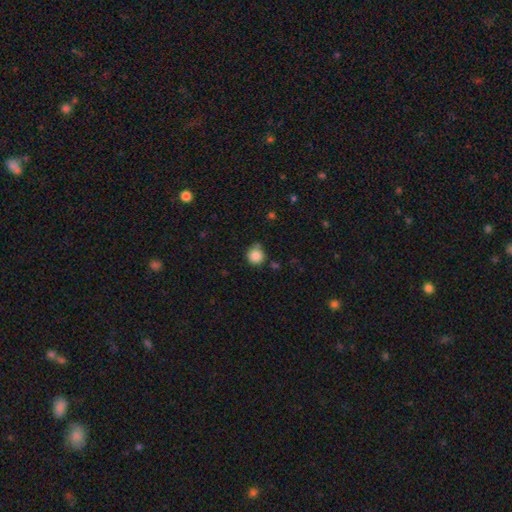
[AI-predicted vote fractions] This appears to be a smooth galaxy with no disk features (86%) that is round (93%). Merging: none (75%).